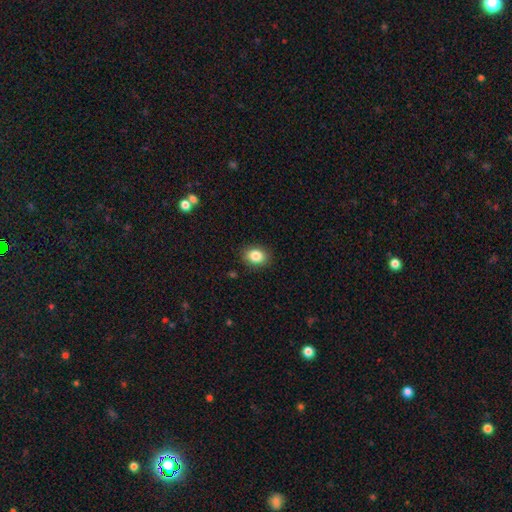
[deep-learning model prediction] Smooth or featured? Predicted: smooth (p=0.85). How rounded? Predicted: in between (p=0.60). Merging? Predicted: none (p=0.88).